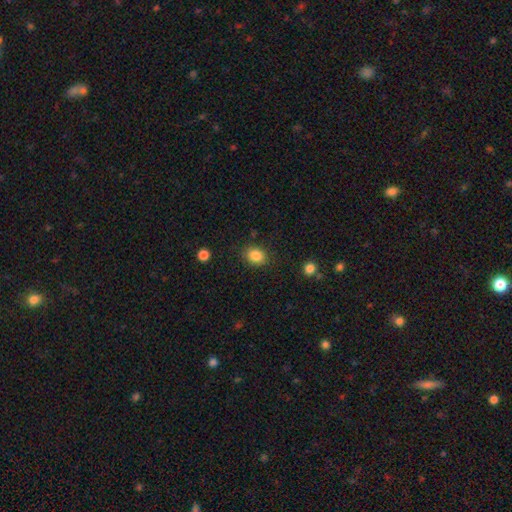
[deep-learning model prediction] smooth-or-featured: smooth: 86% | star or artifact: 9% | featured or disk: 5%
  how-rounded: in between: 56% | round: 43% | cigar-shaped: 1%
  merging: none: 84% | minor disturbance: 11% | major disturbance: 3% | merger: 2%